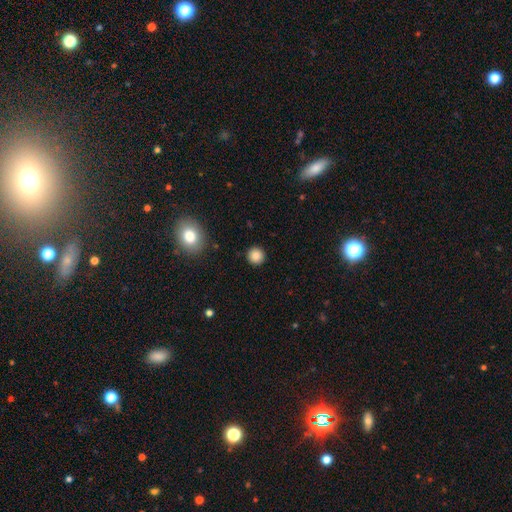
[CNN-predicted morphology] Smooth or featured: smooth — 86% (star or artifact — 10%)
How rounded: round — 94% (in between — 5%)
Merging: none — 91% (minor disturbance — 5%)